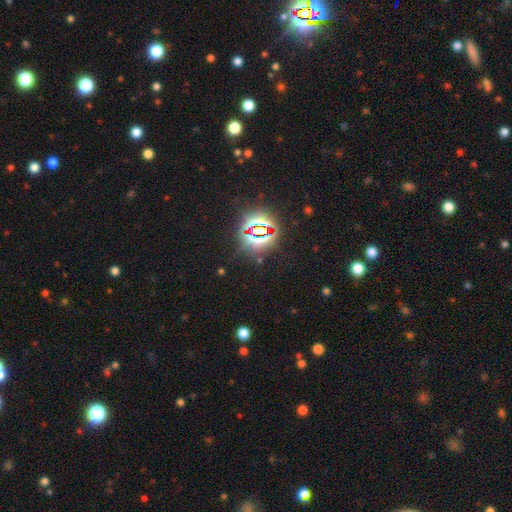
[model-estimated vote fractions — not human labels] A star or artifact, not a galaxy (79%).